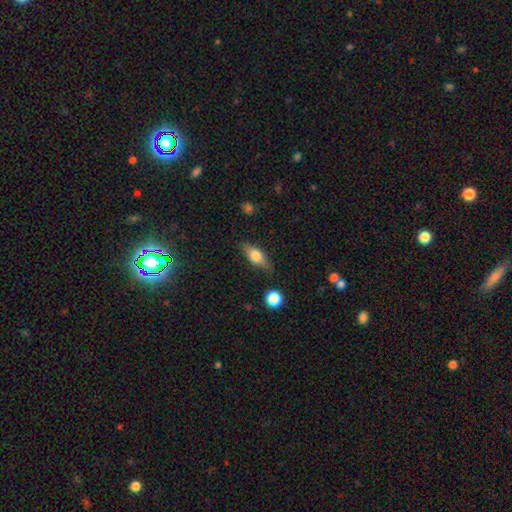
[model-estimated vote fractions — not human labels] Smooth or featured?
  - smooth: 62% *
  - featured or disk: 30%
  - star or artifact: 8%
How rounded?
  - in between: 69% *
  - cigar-shaped: 25%
  - round: 6%
Merging?
  - none: 77% *
  - minor disturbance: 17%
  - major disturbance: 4%
  - merger: 3%